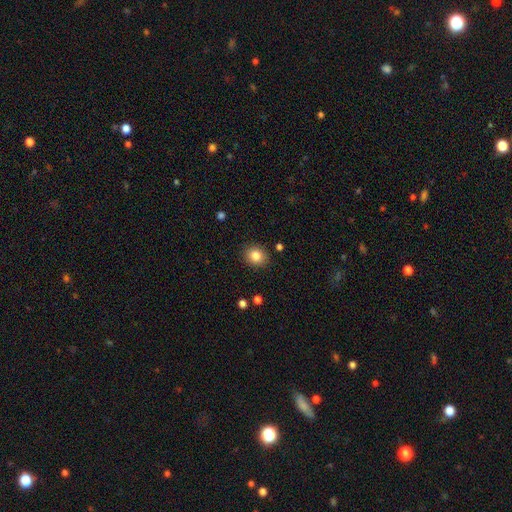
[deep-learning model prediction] The model was most divided on "how rounded": round: 74%, in between: 25%, cigar-shaped: 1%. More confident: merging — none (89%); smooth or featured — smooth (84%).